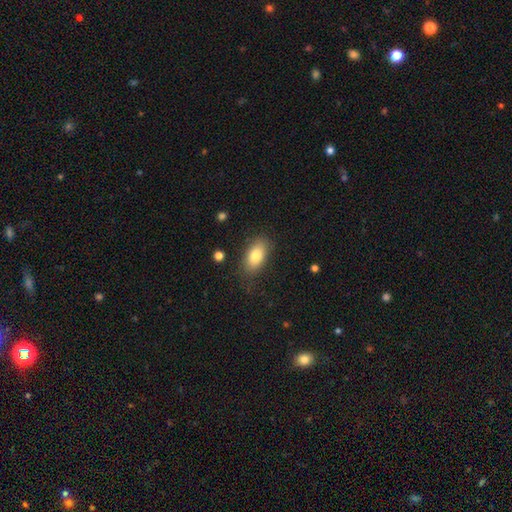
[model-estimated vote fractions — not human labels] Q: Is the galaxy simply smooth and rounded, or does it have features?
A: smooth — 79%.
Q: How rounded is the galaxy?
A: in between — 89%.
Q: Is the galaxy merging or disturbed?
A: none — 82%.